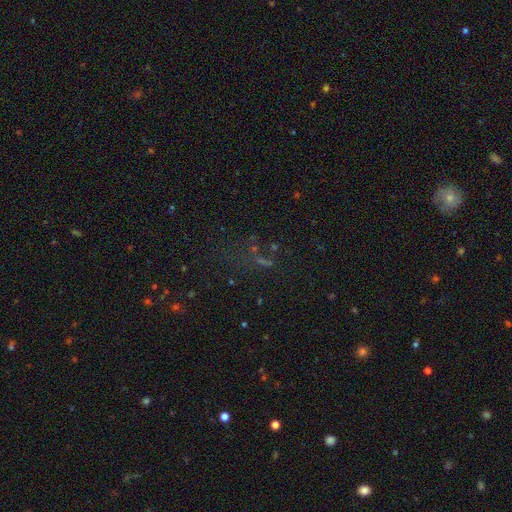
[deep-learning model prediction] Overall: star or artifact (60%; smooth 25%).